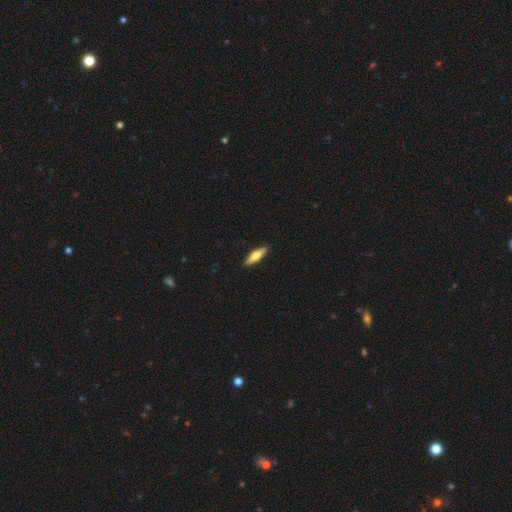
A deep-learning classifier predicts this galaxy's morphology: The model was most divided on "smooth or featured": smooth: 51%, featured or disk: 44%, star or artifact: 5%. More confident: merging — none (91%); how rounded — cigar-shaped (64%).